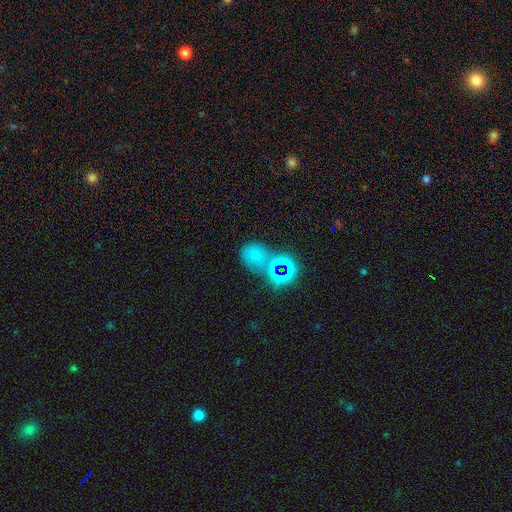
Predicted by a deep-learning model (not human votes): A smooth galaxy with no disk features (56%) that is round (59%).

Vote fractions:
- Smooth or featured? smooth: 56% / star or artifact: 35% / featured or disk: 10%
- How rounded? round: 59% / in between: 40% / cigar-shaped: 2%
- Merging? none: 45% / merger: 32% / minor disturbance: 14% / major disturbance: 9%